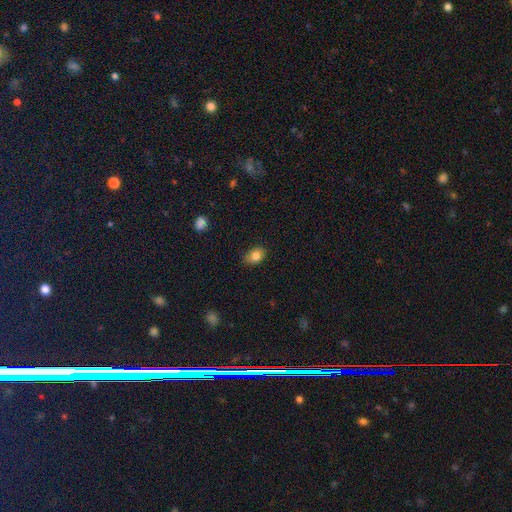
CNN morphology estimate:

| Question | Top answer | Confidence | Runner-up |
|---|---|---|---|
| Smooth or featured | smooth | 83% | star or artifact (10%) |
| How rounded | in between | 71% | round (28%) |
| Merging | none | 77% | minor disturbance (19%) |